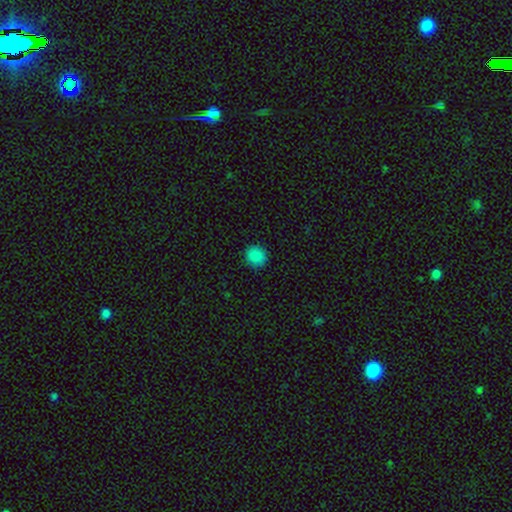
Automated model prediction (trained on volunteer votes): This is clearly a smooth galaxy (88%). How rounded: clearly round (90%). Merging: clearly none (91%).